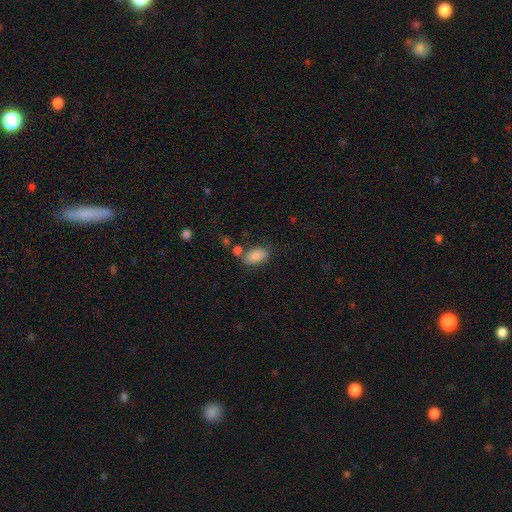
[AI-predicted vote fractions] A smooth galaxy with no disk features (84%) that is in between round and cigar-shaped (90%). Merging: none (62%).